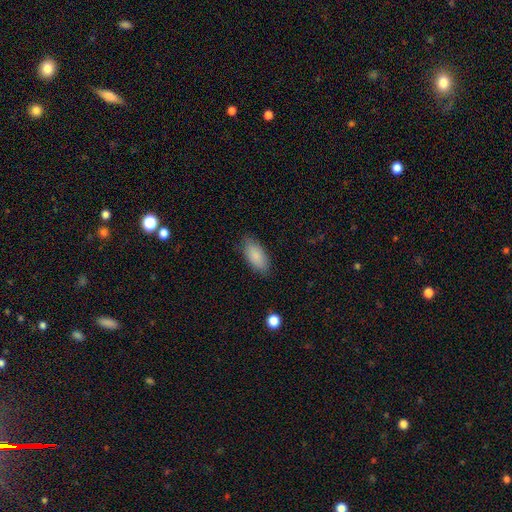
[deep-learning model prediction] This appears to be a smooth galaxy with no disk features (87%) that is in between round and cigar-shaped (91%). Merging: none (82%).